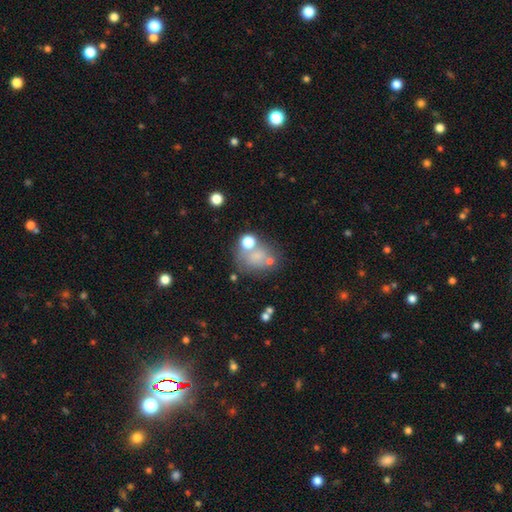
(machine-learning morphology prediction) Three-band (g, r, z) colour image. It shows a smooth galaxy with no disk features (62%) that is round (58%). Merging: none (47%).